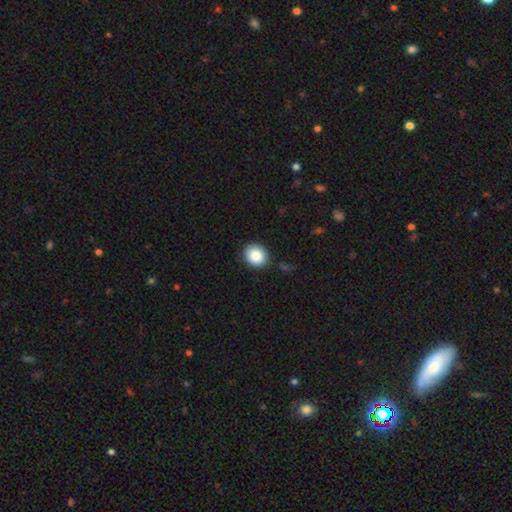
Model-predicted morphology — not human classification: Smooth or featured? smooth (85%)
How rounded? round (75%)
Merging? none (88%)